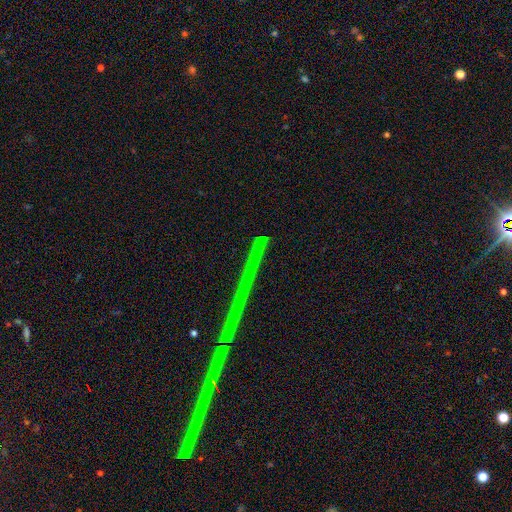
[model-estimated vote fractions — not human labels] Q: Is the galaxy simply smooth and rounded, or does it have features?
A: star or artifact — 78%.